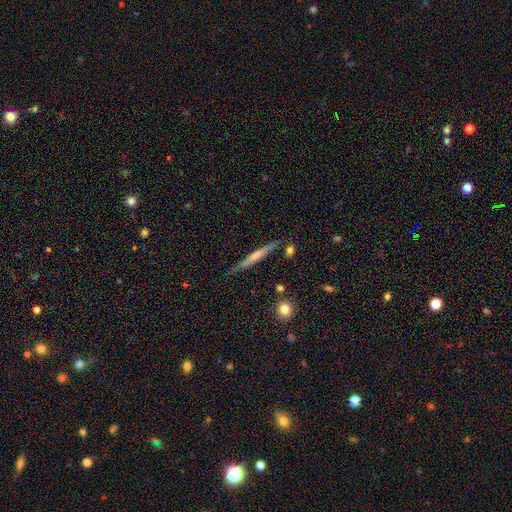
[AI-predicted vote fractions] A featured or disk galaxy (53%) viewed edge-on (94%).

Vote fractions:
- Smooth or featured? featured or disk: 53% / smooth: 41% / star or artifact: 6%
- Edge-on disk? yes: 94% / no: 6%
- Merging? none: 79% / minor disturbance: 15% / major disturbance: 3% / merger: 3%